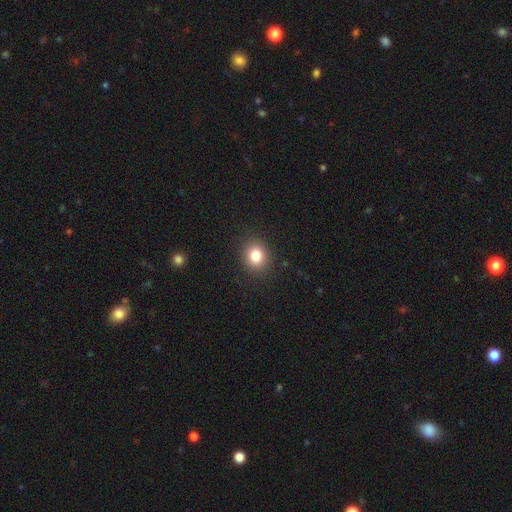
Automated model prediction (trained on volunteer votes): Smooth or featured?
  - smooth: 82% *
  - star or artifact: 11%
  - featured or disk: 7%
How rounded?
  - round: 68% *
  - in between: 31%
  - cigar-shaped: 1%
Merging?
  - none: 89% *
  - minor disturbance: 7%
  - major disturbance: 3%
  - merger: 1%